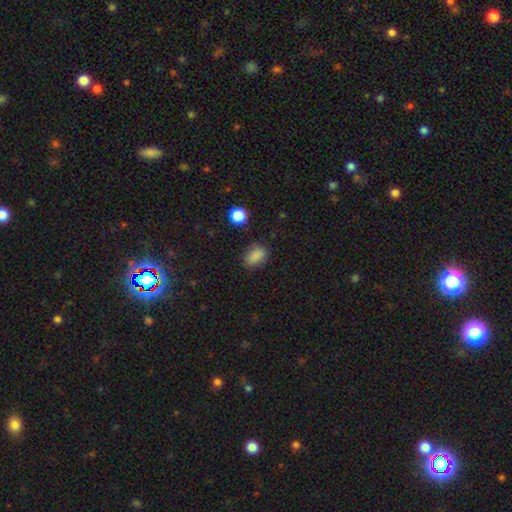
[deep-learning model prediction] Smooth or featured? Predicted: smooth (p=0.83). How rounded? Predicted: in between (p=0.80). Merging? Predicted: none (p=0.79).